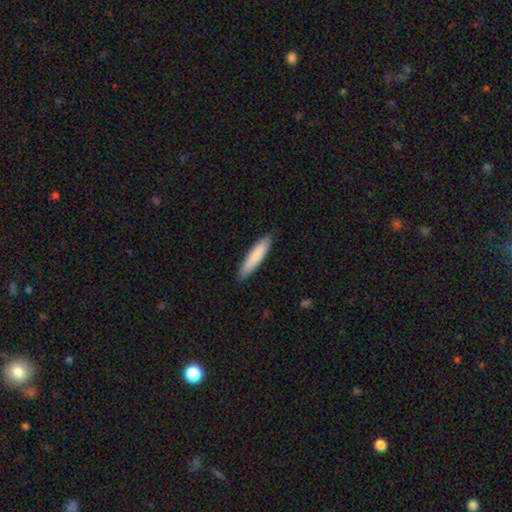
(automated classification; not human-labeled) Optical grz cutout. It shows a smooth galaxy with no disk features (84%) that is cigar-shaped (87%). Merging: none (88%).